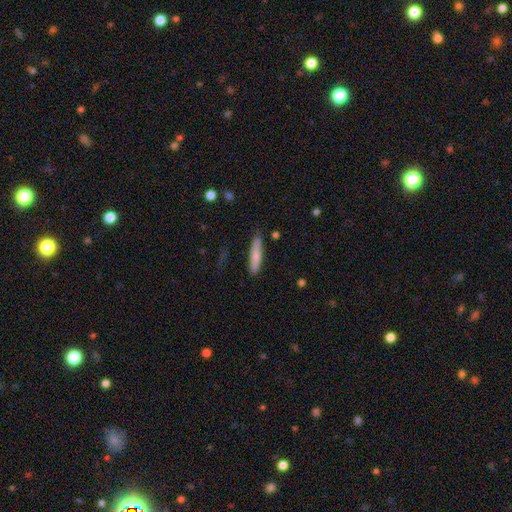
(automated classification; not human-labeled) smooth 72%, featured or disk 22%, star or artifact 6%. Down the decision tree: how rounded — cigar-shaped (86%); merging — none (81%).